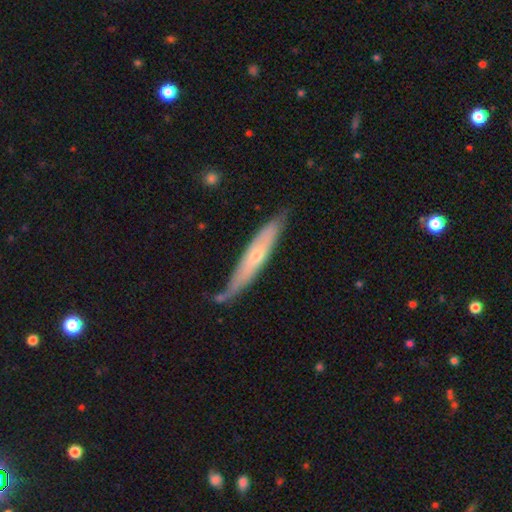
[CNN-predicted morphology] Smooth or featured: featured or disk — 52% (smooth — 43%)
Edge-on disk: yes — 76% (no — 24%)
Merging: none — 69% (minor disturbance — 21%)